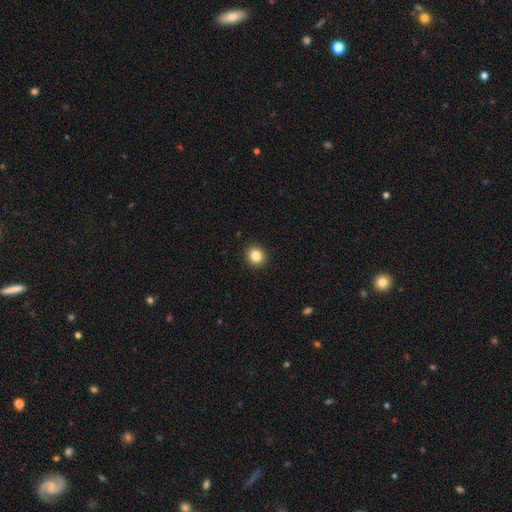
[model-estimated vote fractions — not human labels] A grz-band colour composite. It shows a smooth galaxy with no disk features (84%) that is round (88%). Merging: none (93%).